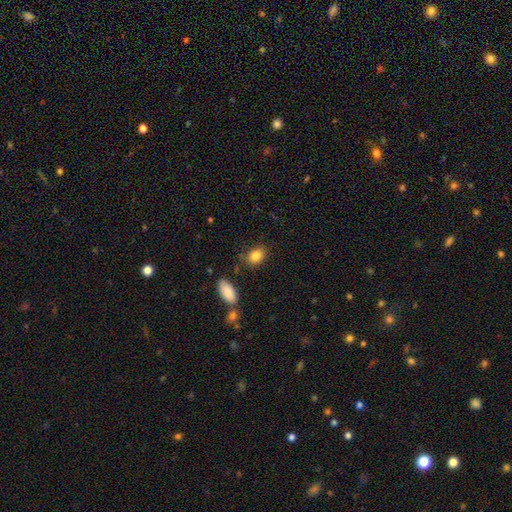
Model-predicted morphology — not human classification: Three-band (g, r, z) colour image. It shows a smooth galaxy with no disk features (86%) that is in between round and cigar-shaped (75%). Merging: none (76%).